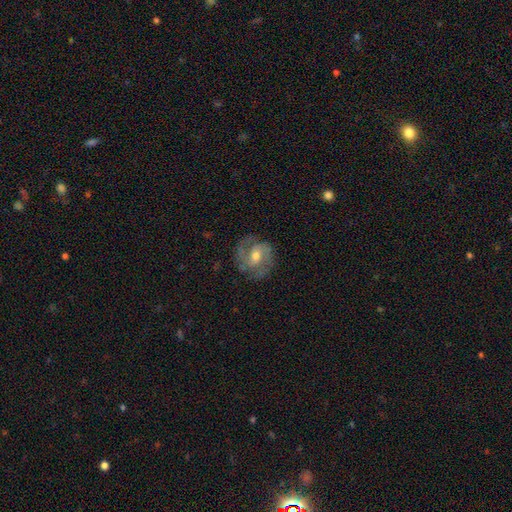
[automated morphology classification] Overall: featured or disk (79%). Edge-on disk: no (97%). Bar: weak (44%; no 42%). Spiral arms: yes (93%). Spiral arm count: 2 (71%). Spiral winding: medium (51%; tight 32%). Bulge size: moderate (62%; small 33%). Merging: none (75%).